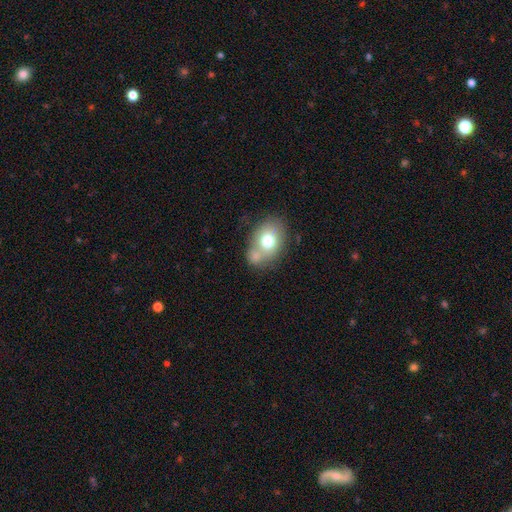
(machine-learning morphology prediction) This appears to be a smooth galaxy with no disk features (69%) that is in between round and cigar-shaped (65%). Merging: none (47%).